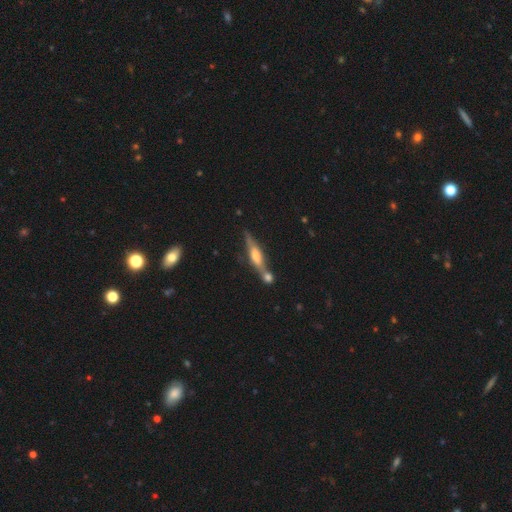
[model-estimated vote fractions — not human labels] Smooth or featured: featured or disk — 67% (smooth — 26%)
Edge-on disk: yes — 93% (no — 7%)
Edge-on bulge: rounded — 72% (boxy — 21%)
Merging: none — 62% (merger — 21%)